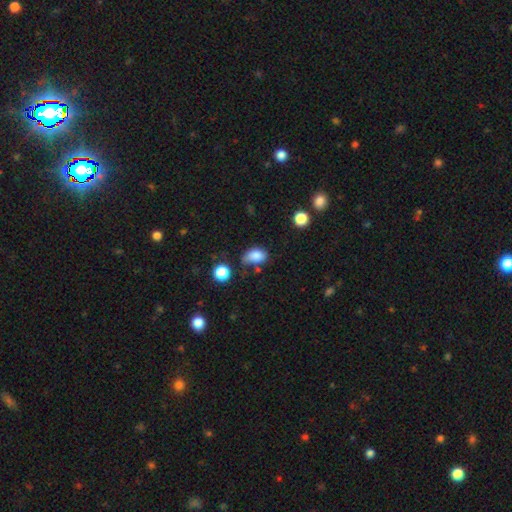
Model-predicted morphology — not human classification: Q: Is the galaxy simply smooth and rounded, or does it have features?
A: smooth — 83%.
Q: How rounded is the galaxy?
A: in between — 84%.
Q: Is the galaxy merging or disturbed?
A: none — 48%.